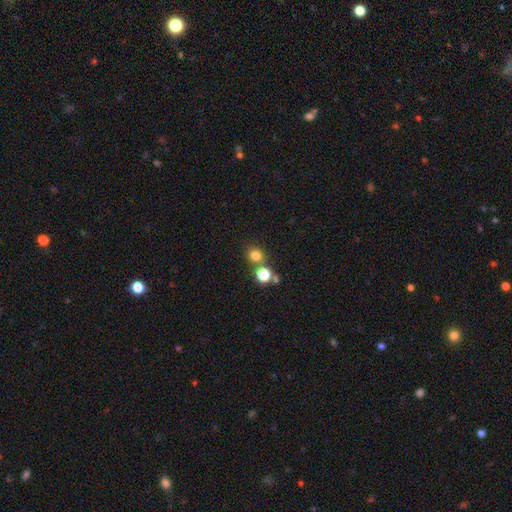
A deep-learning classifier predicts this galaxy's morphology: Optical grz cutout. It shows a smooth galaxy with no disk features (77%) that is round (84%). Merging: none (69%).